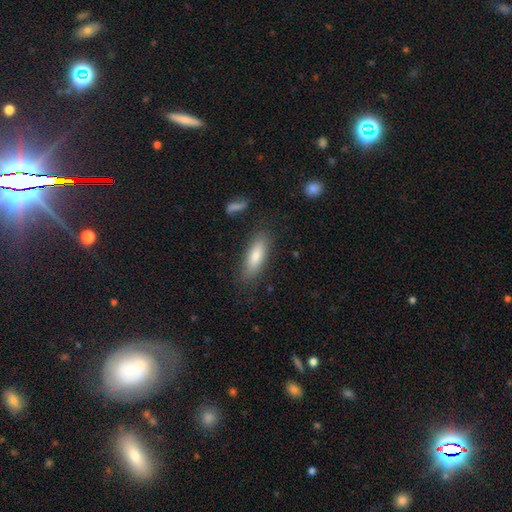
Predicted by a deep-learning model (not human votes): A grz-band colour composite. It shows a smooth galaxy with no disk features (79%) that is in between round and cigar-shaped (56%). Merging: none (82%).